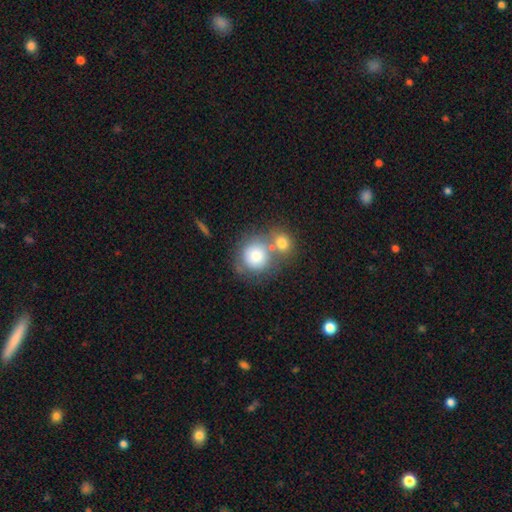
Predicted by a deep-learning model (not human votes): Smooth or featured?
  - smooth: 77% *
  - featured or disk: 15%
  - star or artifact: 8%
How rounded?
  - round: 86% *
  - in between: 13%
  - cigar-shaped: 1%
Merging?
  - none: 42% * (tied)
  - merger: 42% * (tied)
  - minor disturbance: 11%
  - major disturbance: 5%